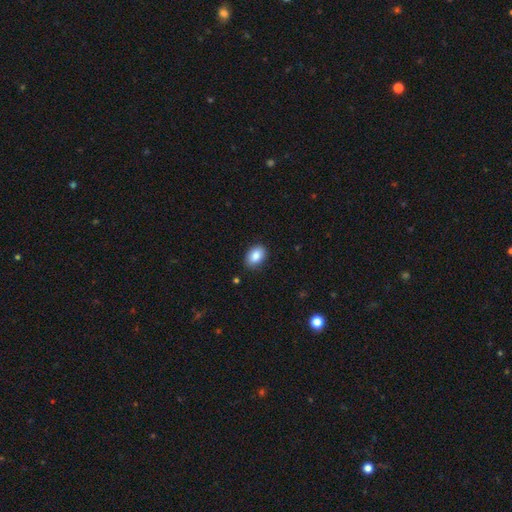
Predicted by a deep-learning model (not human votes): A smooth galaxy with no disk features (88%) that is in between round and cigar-shaped (86%).

Vote fractions:
- Smooth or featured? smooth: 88% / star or artifact: 7% / featured or disk: 5%
- How rounded? in between: 86% / round: 13% / cigar-shaped: 1%
- Merging? none: 87% / minor disturbance: 10% / major disturbance: 2% / merger: 1%